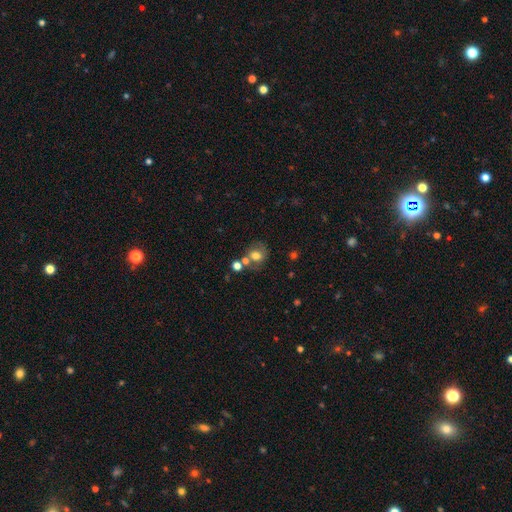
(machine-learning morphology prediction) Smooth or featured?
  - smooth: 65% *
  - featured or disk: 22%
  - star or artifact: 13%
How rounded?
  - round: 66% *
  - in between: 33%
  - cigar-shaped: 1%
Merging?
  - none: 53% *
  - merger: 23%
  - minor disturbance: 16%
  - major disturbance: 8%